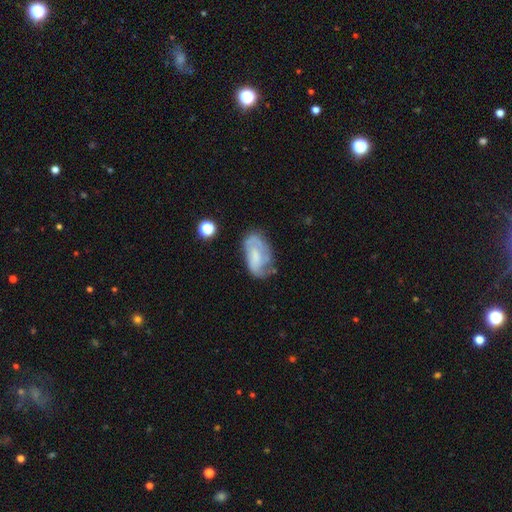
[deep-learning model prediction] smooth-or-featured: featured or disk: 57% | smooth: 34% | star or artifact: 9%
  disk-edge-on: no: 95% | yes: 5%
    bar: no: 56% | weak: 34% | strong: 10%
    has-spiral-arms: yes: 76% | no: 24%
    bulge-size: none: 43% | small: 26% | moderate: 22% | large: 7% | dominant: 2%
  merging: none: 53% | minor disturbance: 27% | major disturbance: 15% | merger: 4%